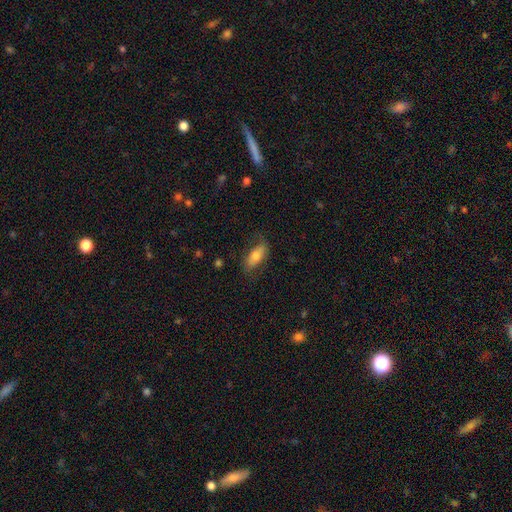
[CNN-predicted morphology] Smooth or featured?
  - smooth: 69% *
  - featured or disk: 24%
  - star or artifact: 7%
How rounded?
  - in between: 82% *
  - cigar-shaped: 15%
  - round: 3%
Merging?
  - none: 73% *
  - minor disturbance: 19%
  - major disturbance: 7%
  - merger: 1%